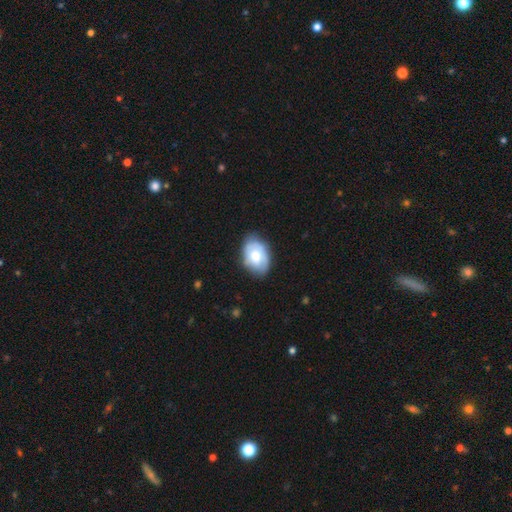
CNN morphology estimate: Smooth or featured?
  - smooth: 60% *
  - featured or disk: 33%
  - star or artifact: 6%
How rounded?
  - in between: 84% *
  - round: 15%
  - cigar-shaped: 1%
Merging?
  - none: 71% *
  - minor disturbance: 23%
  - major disturbance: 5%
  - merger: 1%